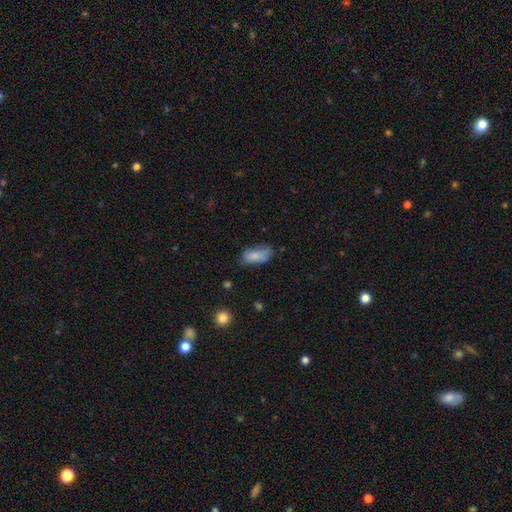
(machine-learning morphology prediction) smooth 78%, featured or disk 14%, star or artifact 8%. Down the decision tree: how rounded — in between (86%); merging — none (52%).